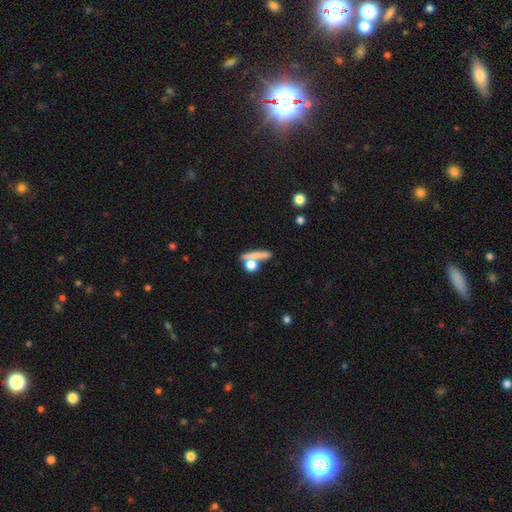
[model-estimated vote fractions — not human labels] smooth-or-featured: smooth: 67% | featured or disk: 21% | star or artifact: 12%
  how-rounded: cigar-shaped: 51% | round: 30% | in between: 19%
  merging: none: 56% | merger: 26% | minor disturbance: 11% | major disturbance: 7%